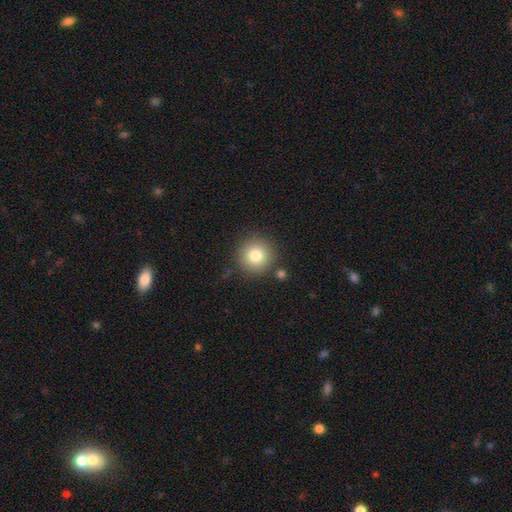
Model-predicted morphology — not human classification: The model was most divided on "smooth or featured": smooth: 81%, star or artifact: 11%, featured or disk: 9%. More confident: how rounded — round (95%); merging — none (85%).